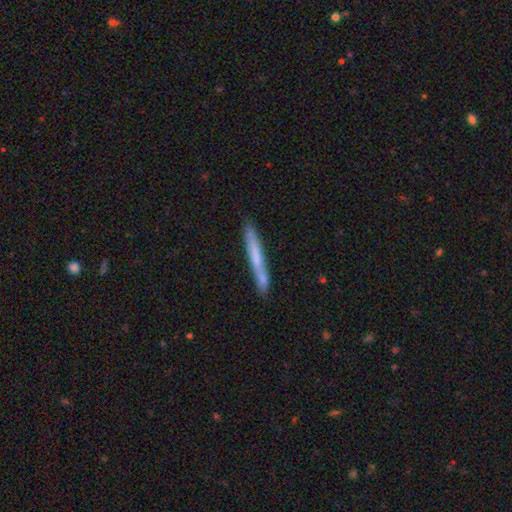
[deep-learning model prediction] Smooth or featured?
  - smooth: 60% *
  - featured or disk: 34%
  - star or artifact: 6%
How rounded?
  - cigar-shaped: 96% *
  - in between: 3%
  - round: 1%
Merging?
  - none: 79% *
  - minor disturbance: 13%
  - merger: 5%
  - major disturbance: 3%